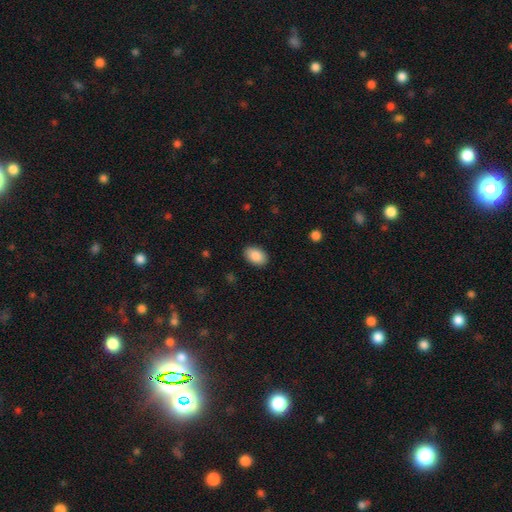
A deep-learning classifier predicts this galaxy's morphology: Q: Smooth or featured?
A: smooth (89%); runner-up: star or artifact (7%)
Q: How rounded?
A: in between (89%); runner-up: round (10%)
Q: Merging?
A: none (89%); runner-up: minor disturbance (8%)